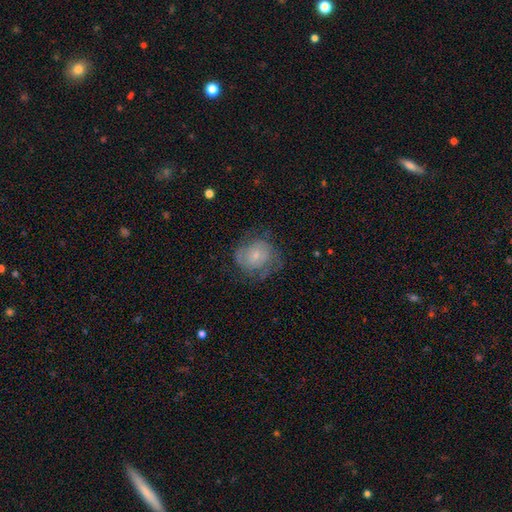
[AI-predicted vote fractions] Smooth or featured: featured or disk — 61% (smooth — 31%)
Edge-on disk: no — 98% (yes — 2%)
Bar: no — 72% (weak — 24%)
Spiral arms: yes — 80% (no — 20%)
Bulge size: small — 66% (moderate — 26%)
Merging: none — 58% (minor disturbance — 23%)